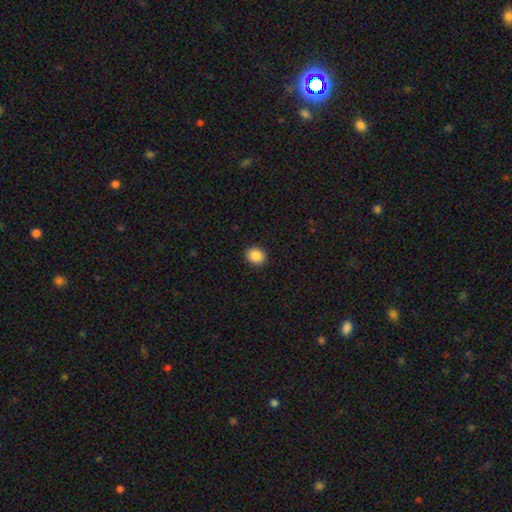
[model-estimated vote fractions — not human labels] Smooth or featured? Predicted: smooth (p=0.89). How rounded? Predicted: round (p=0.64). Merging? Predicted: none (p=0.91).